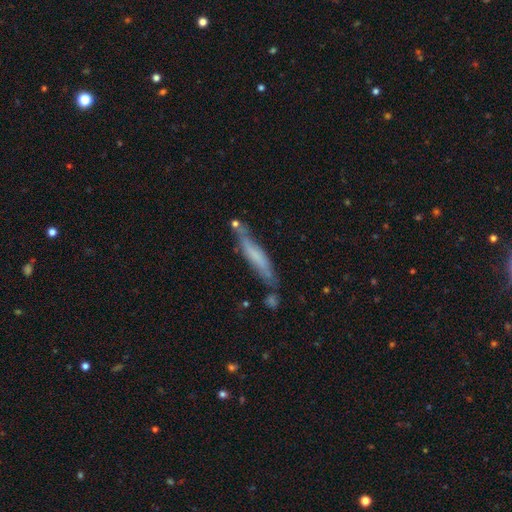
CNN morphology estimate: smooth 50%, featured or disk 43%, star or artifact 7%. Down the decision tree: merging — none (61%).